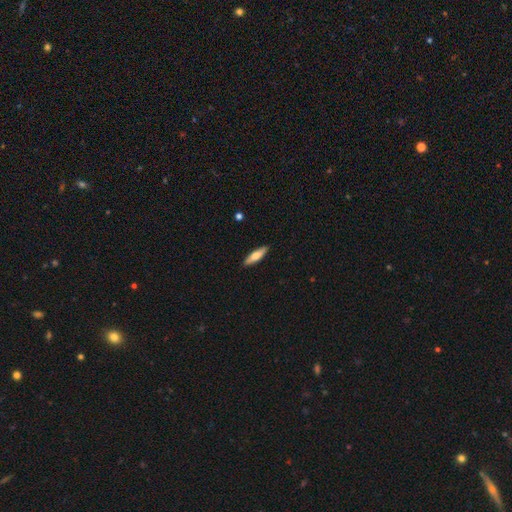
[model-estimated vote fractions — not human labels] smooth 65%, featured or disk 29%, star or artifact 6%. Down the decision tree: how rounded — cigar-shaped (65%); merging — none (90%).